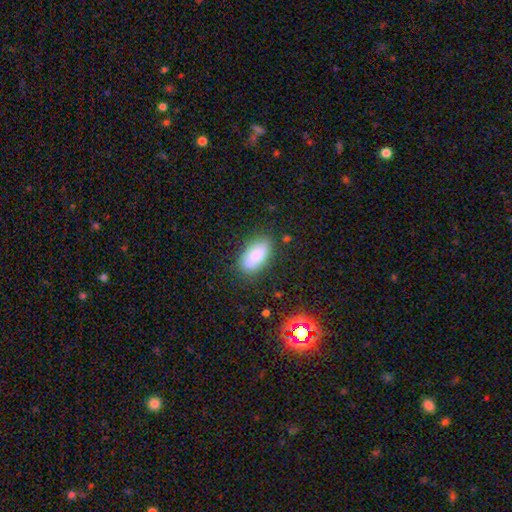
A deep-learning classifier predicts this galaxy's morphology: A smooth galaxy with no disk features (81%) that is in between round and cigar-shaped (90%). Merging: none (79%).